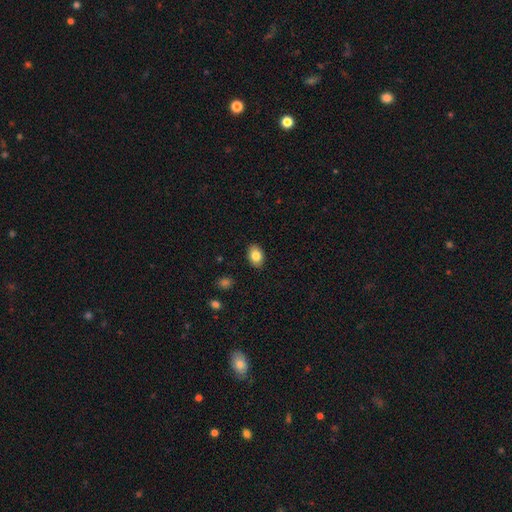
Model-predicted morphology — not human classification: Q: Smooth or featured?
A: smooth (84%); runner-up: featured or disk (8%)
Q: How rounded?
A: in between (81%); runner-up: round (18%)
Q: Merging?
A: none (89%); runner-up: minor disturbance (8%)